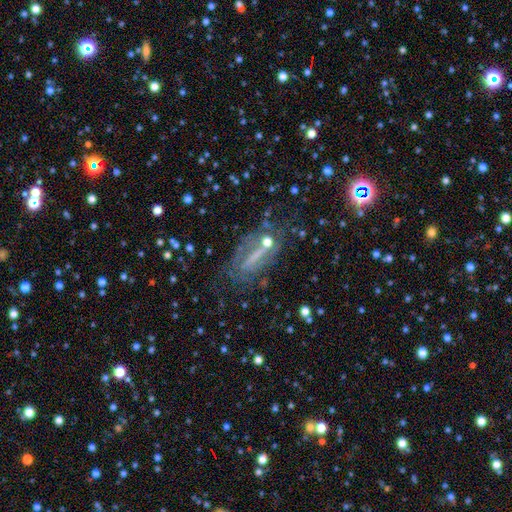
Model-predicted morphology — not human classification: Smooth or featured? Predicted: featured or disk (p=0.48). Merging? Predicted: none (p=0.53).